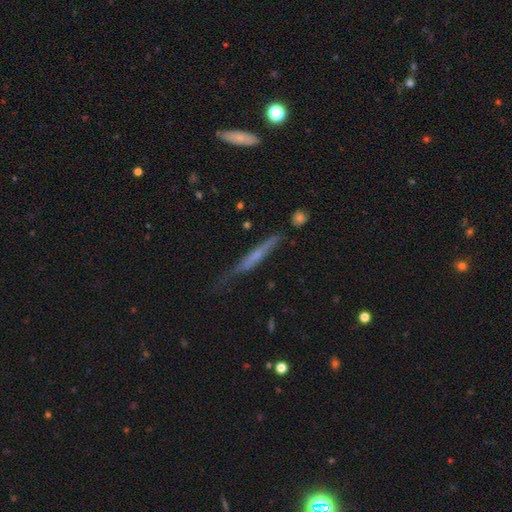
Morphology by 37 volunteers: This is likely a featured or disk galaxy (65%). It is clearly viewed edge-on (96%). Edge-on bulge: possibly none (52%). Merging: likely none (64%).